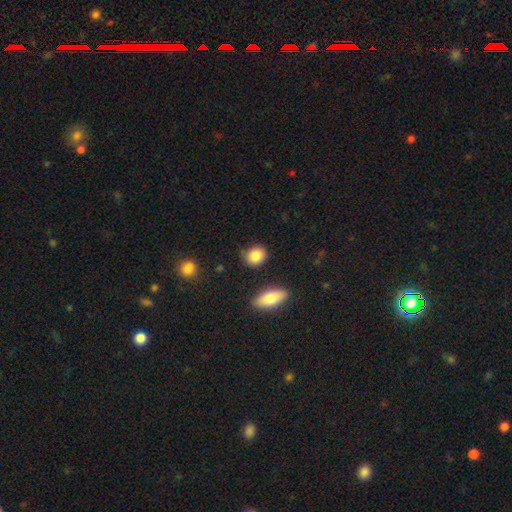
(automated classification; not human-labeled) The model was most divided on "how rounded": round: 64%, in between: 34%, cigar-shaped: 2%. More confident: smooth or featured — smooth (86%); merging — none (81%).